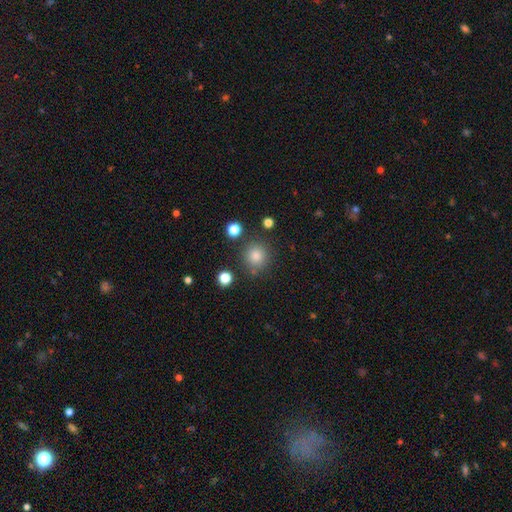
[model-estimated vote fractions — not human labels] The model was most divided on "smooth or featured": smooth: 80%, star or artifact: 14%, featured or disk: 6%. More confident: how rounded — round (92%); merging — none (83%).